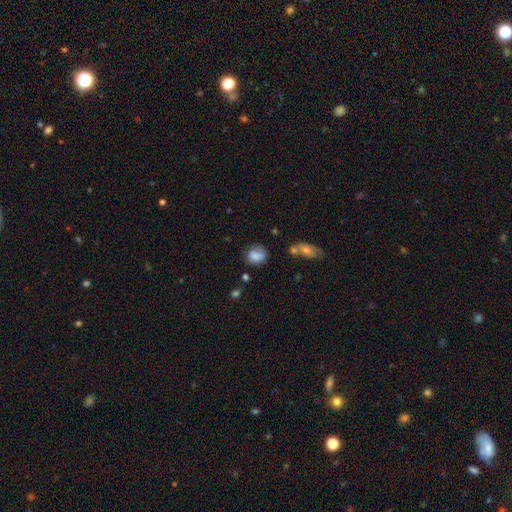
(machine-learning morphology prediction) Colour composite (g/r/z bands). It shows a smooth galaxy with no disk features (75%) that is round (53%). Merging: none (53%).